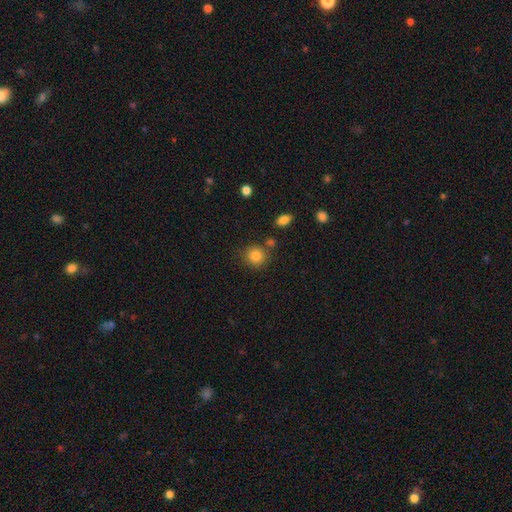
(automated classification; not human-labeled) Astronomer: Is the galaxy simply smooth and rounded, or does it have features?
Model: smooth — 85%.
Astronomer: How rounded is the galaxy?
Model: round — 87%.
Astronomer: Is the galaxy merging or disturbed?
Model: none — 78%.